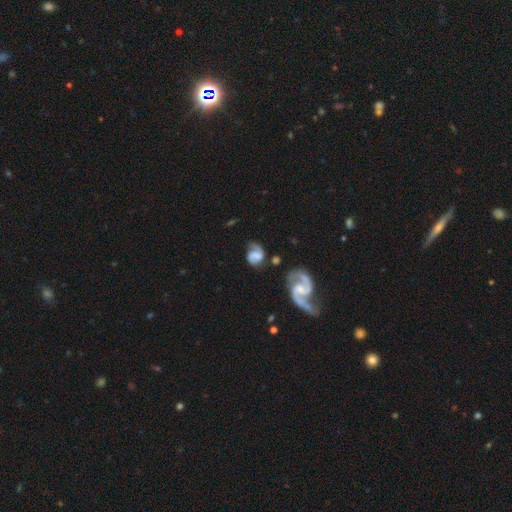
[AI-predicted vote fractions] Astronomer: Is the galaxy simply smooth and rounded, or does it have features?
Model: featured or disk — 69%.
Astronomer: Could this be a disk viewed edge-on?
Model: no — 97%.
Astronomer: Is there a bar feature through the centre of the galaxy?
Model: weak — 45% (runner-up: no, 42%).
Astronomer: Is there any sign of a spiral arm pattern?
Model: yes — 93%.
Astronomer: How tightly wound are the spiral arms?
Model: medium — 49% (runner-up: loose, 33%).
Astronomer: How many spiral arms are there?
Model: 2 — 80%.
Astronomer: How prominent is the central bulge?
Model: none — 44% (runner-up: small, 29%).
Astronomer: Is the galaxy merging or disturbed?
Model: none — 56%.